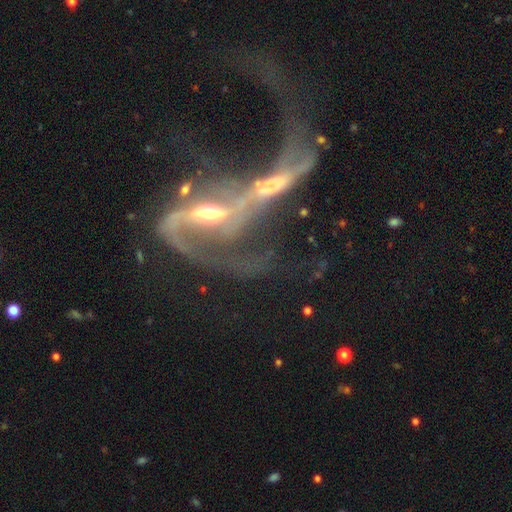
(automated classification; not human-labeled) This appears to be a featured or disk galaxy (85%) with a weak bar (34%), 2 (56%) loose (61%) spiral arms (87%) and a moderate central bulge (53%). Merging: merger (64%).